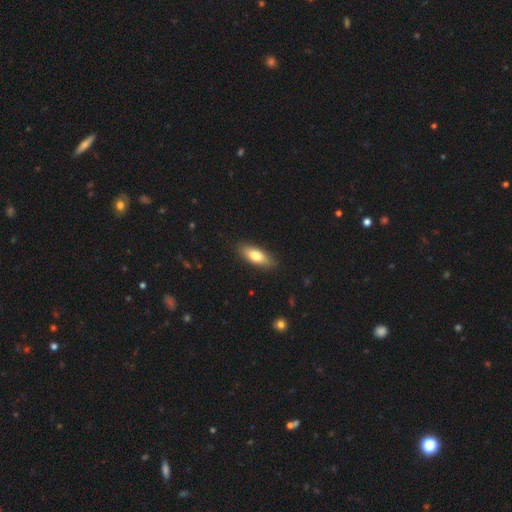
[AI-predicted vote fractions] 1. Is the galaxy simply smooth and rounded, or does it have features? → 79% smooth, 15% featured or disk, 6% star or artifact.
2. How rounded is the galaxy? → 74% in between, 24% cigar-shaped, 2% round.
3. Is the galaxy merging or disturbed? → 88% none, 9% minor disturbance, 2% major disturbance, 1% merger.